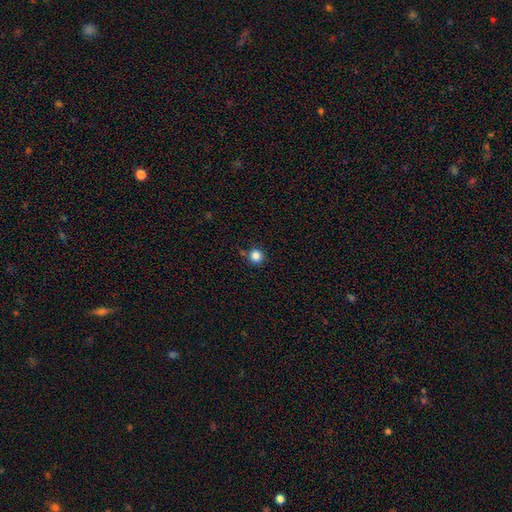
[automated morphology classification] smooth_or_featured: smooth (p=0.84) [alt: star or artifact p=0.12]
how_rounded: round (p=0.95) [alt: in between p=0.04]
merging: none (p=0.82) [alt: minor disturbance p=0.10]